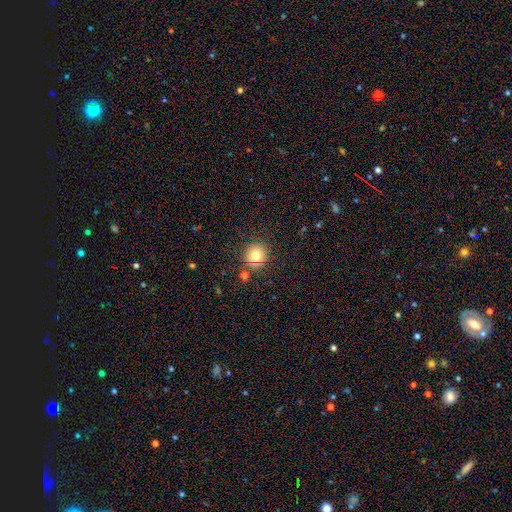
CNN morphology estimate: Smooth or featured? Predicted: smooth (p=0.77). How rounded? Predicted: round (p=0.88). Merging? Predicted: none (p=0.85).